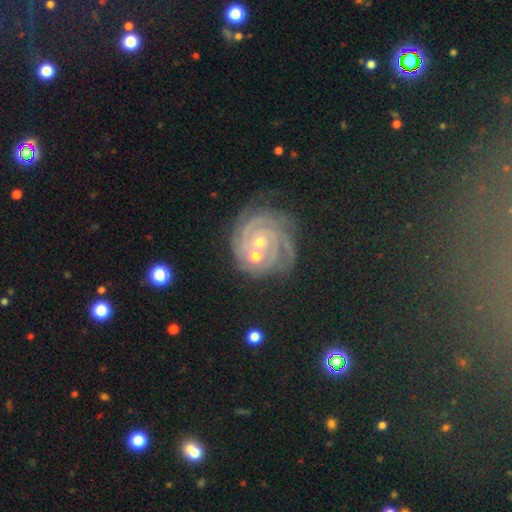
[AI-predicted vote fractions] Q: Smooth or featured?
A: featured or disk (79%); runner-up: smooth (12%)
Q: Edge-on disk?
A: no (97%); runner-up: yes (3%)
Q: Bar?
A: no (77%); runner-up: weak (17%)
Q: Spiral arms?
A: yes (94%); runner-up: no (6%)
Q: Spiral winding?
A: tight (78%); runner-up: medium (18%)
Q: Spiral arm count?
A: 3 (28%); runner-up: can't tell (25%)
Q: Bulge size?
A: moderate (54%); runner-up: small (39%)
Q: Merging?
A: none (51%); runner-up: merger (23%)